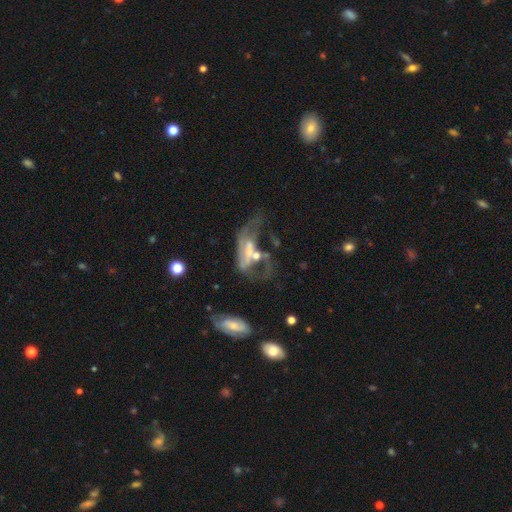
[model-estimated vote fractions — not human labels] smooth-or-featured: featured or disk: 62% | smooth: 26% | star or artifact: 12%
  disk-edge-on: no: 89% | yes: 11%
    bar: no: 66% | weak: 23% | strong: 11%
    has-spiral-arms: no: 66% | yes: 34%
    bulge-size: moderate: 34% | small: 31% | none: 25% | large: 8% | dominant: 2%
  merging: major disturbance: 37% (tied) | merger: 37% (tied) | none: 15% | minor disturbance: 11%